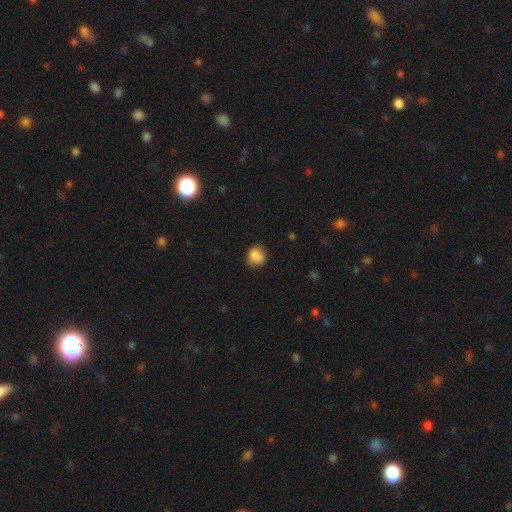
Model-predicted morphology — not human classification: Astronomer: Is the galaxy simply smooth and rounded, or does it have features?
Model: smooth — 85%.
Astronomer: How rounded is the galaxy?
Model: round — 76%.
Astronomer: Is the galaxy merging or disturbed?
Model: none — 73%.